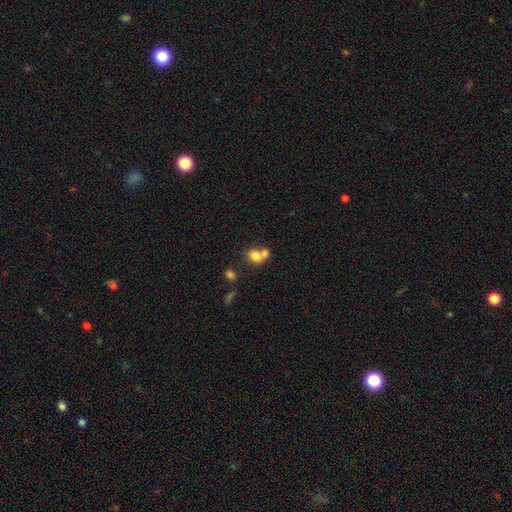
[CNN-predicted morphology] Overall: smooth (74%). How rounded: round (56%; in between 43%). Merging: merger (62%; none 27%).